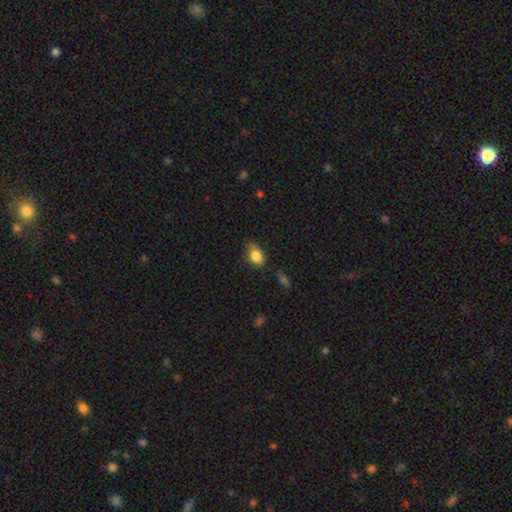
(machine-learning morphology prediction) type=smooth (84%); roundness=in between (81%); merging=none (67%).